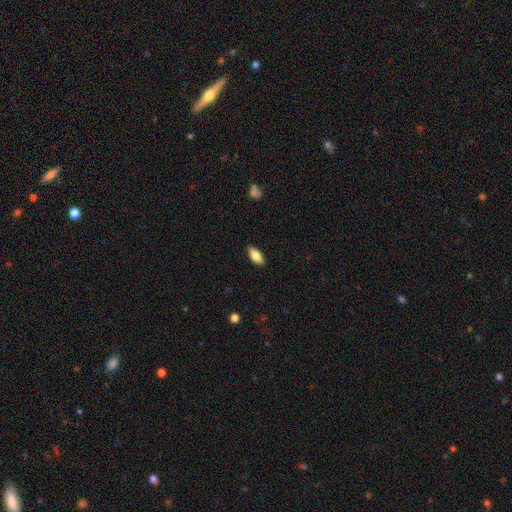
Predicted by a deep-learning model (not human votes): A smooth galaxy with no disk features (81%) that is in between round and cigar-shaped (86%). Merging: none (88%).